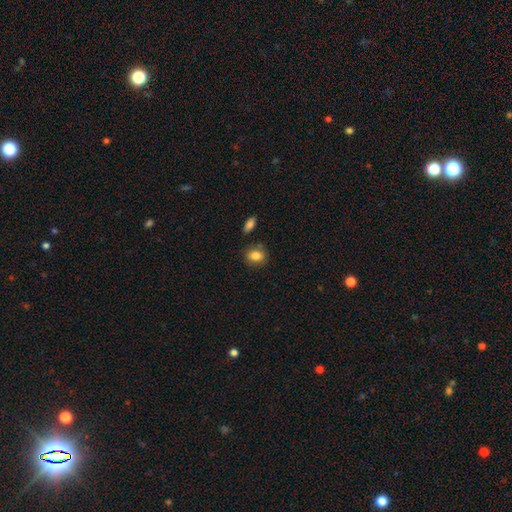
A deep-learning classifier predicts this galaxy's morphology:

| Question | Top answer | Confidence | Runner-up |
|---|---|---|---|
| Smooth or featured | smooth | 84% | star or artifact (8%) |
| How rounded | in between | 57% | round (41%) |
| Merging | none | 80% | minor disturbance (13%) |